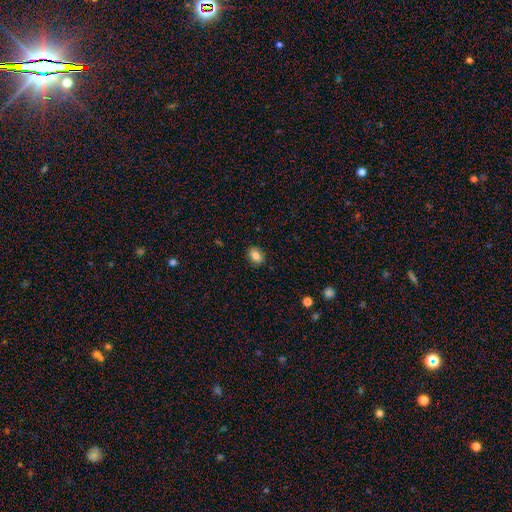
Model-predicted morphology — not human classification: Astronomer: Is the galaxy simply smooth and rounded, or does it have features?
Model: smooth — 80%.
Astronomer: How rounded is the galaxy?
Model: in between — 67%.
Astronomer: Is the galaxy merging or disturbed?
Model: none — 87%.